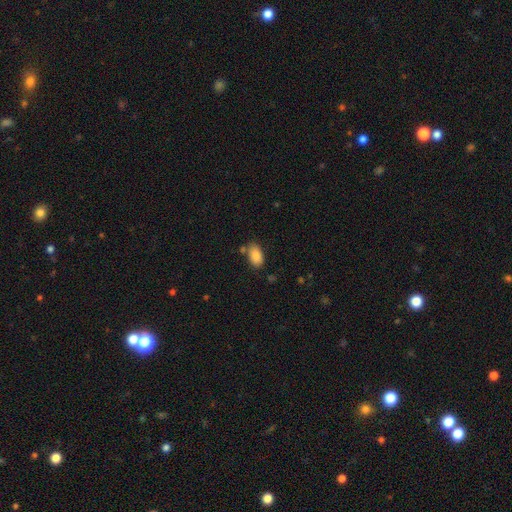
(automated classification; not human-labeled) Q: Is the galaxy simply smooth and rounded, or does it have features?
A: smooth — 87%.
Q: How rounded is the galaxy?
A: in between — 92%.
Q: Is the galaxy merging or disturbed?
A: none — 75%.